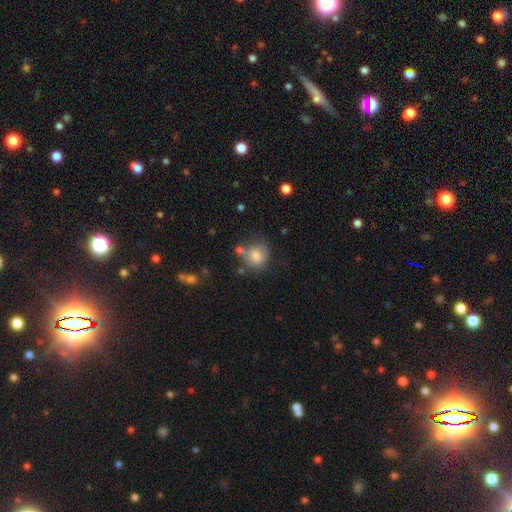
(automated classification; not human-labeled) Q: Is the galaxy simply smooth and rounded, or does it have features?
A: smooth — 77%.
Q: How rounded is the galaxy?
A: round — 69%.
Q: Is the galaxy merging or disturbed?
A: none — 49%.